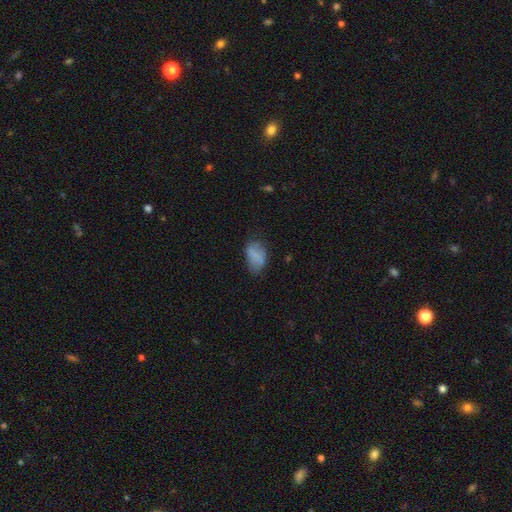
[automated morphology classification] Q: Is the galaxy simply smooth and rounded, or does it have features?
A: smooth — 76%.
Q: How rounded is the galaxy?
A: in between — 90%.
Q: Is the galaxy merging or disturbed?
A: none — 56%.